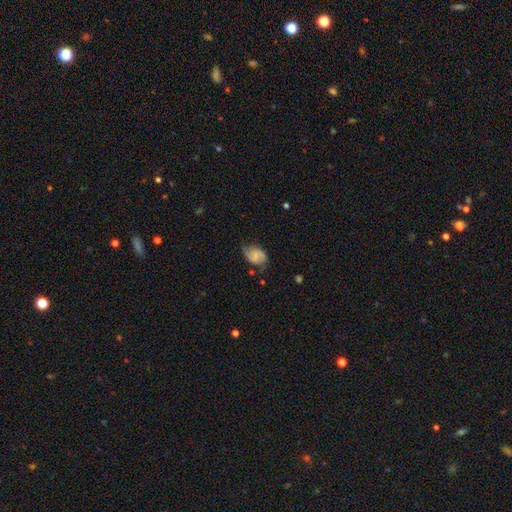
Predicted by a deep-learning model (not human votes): The model was most divided on "bar": no: 48%, weak: 39%, strong: 13%. More confident: edge-on disk — no (97%); spiral arms — yes (89%); merging — none (59%); bulge size — none (55%); smooth or featured — featured or disk (55%).